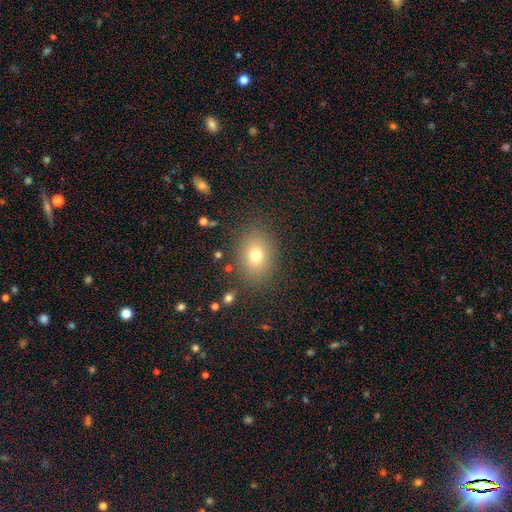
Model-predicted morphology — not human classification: A smooth galaxy with no disk features (73%) that is in between round and cigar-shaped (57%). Merging: none (83%).